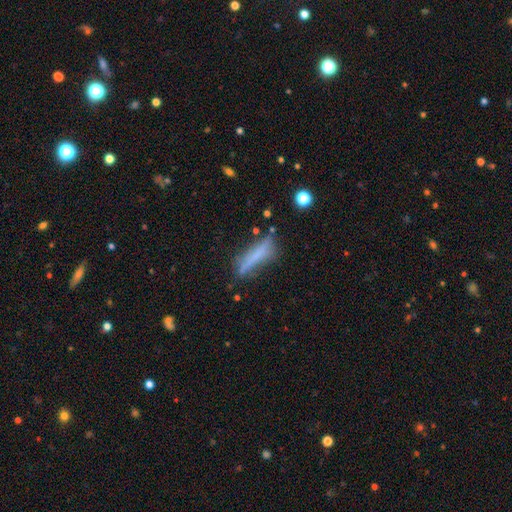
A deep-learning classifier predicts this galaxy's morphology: type=smooth (61%); roundness=cigar-shaped (81%); merging=none (62%).